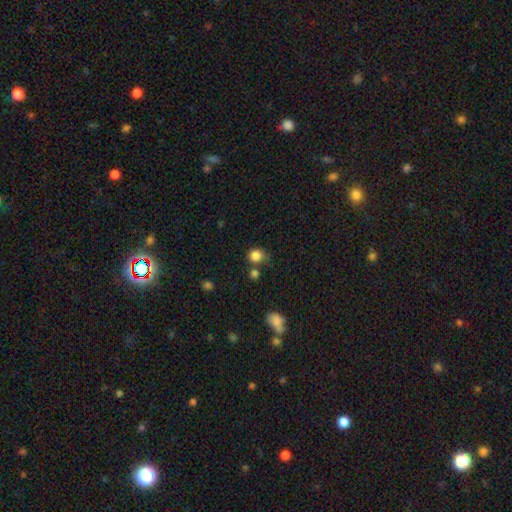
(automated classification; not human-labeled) Smooth or featured? smooth (85%)
How rounded? round (75%)
Merging? none (68%)